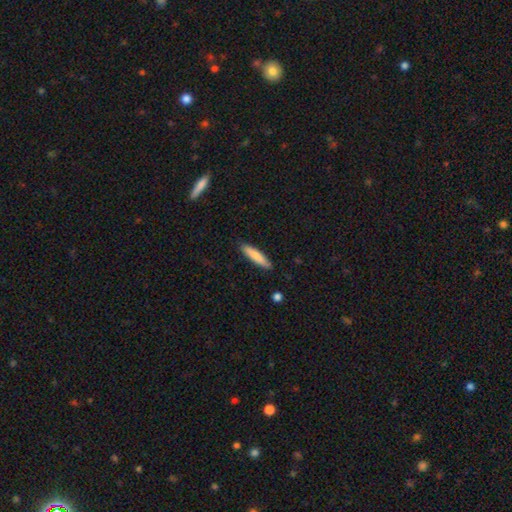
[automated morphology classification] A smooth galaxy with no disk features (80%) that is cigar-shaped (85%).

Vote fractions:
- Smooth or featured? smooth: 80% / featured or disk: 15% / star or artifact: 6%
- How rounded? cigar-shaped: 85% / in between: 14% / round: 1%
- Merging? none: 89% / minor disturbance: 8% / major disturbance: 2% / merger: 1%